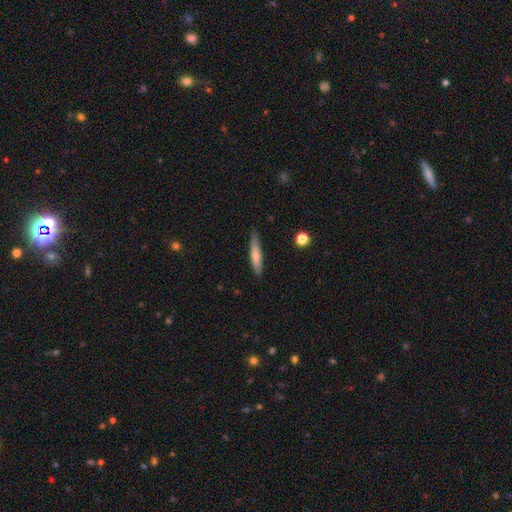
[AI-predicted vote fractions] Overall: smooth (68%). How rounded: cigar-shaped (85%). Merging: none (79%).